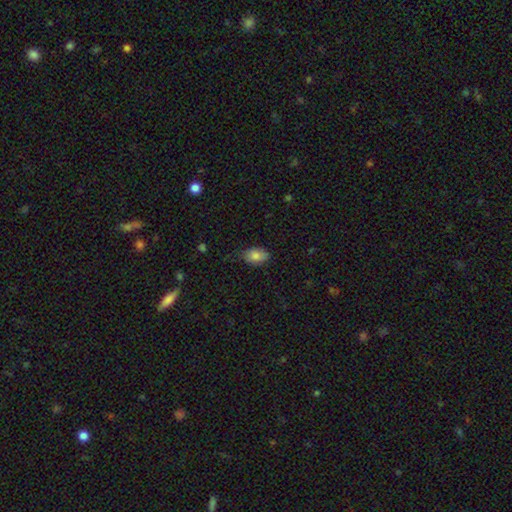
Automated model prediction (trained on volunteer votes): smooth_or_featured: smooth (p=0.85) [alt: featured or disk p=0.08]
how_rounded: in between (p=0.89) [alt: round p=0.10]
merging: none (p=0.75) [alt: minor disturbance p=0.20]